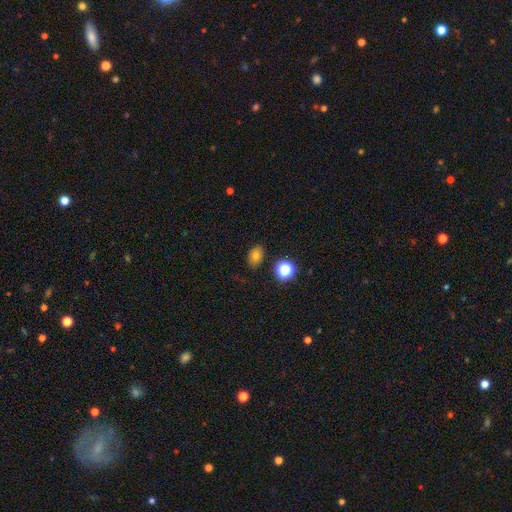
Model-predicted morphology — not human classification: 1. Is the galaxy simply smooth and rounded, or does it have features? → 75% smooth, 15% star or artifact, 10% featured or disk.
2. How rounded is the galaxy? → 70% in between, 29% round, 1% cigar-shaped.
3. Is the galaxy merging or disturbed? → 85% none, 10% minor disturbance, 3% major disturbance, 2% merger.